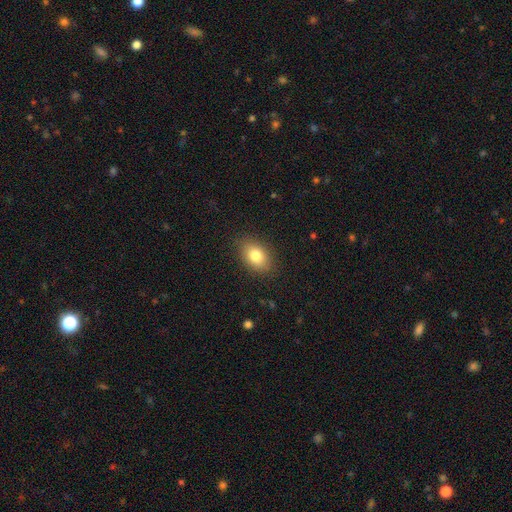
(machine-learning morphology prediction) smooth 80%, featured or disk 11%, star or artifact 9%. Down the decision tree: how rounded — in between (82%); merging — none (86%).